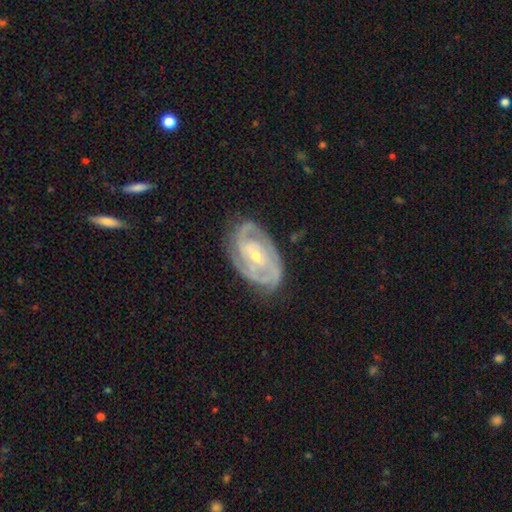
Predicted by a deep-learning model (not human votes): Smooth or featured? Predicted: featured or disk (p=0.89). Edge-on disk? Predicted: no (p=0.96). Bar? Predicted: weak (p=0.42). Spiral arms? Predicted: yes (p=0.97). Spiral winding? Predicted: tight (p=0.62). Spiral arm count? Predicted: 2 (p=0.49). Bulge size? Predicted: small (p=0.61). Merging? Predicted: none (p=0.76).